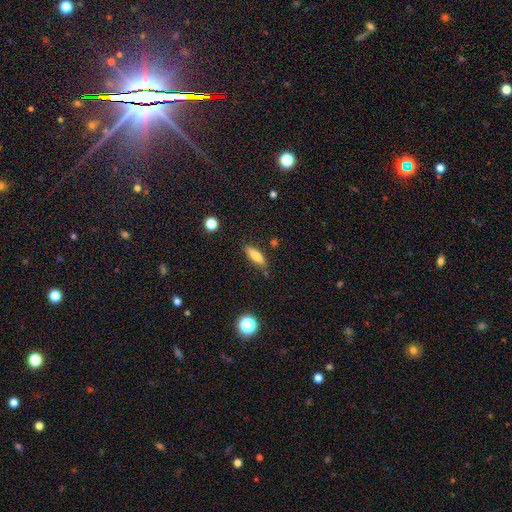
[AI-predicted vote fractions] A smooth galaxy with no disk features (77%) that is in between round and cigar-shaped (51%).

Vote fractions:
- Smooth or featured? smooth: 77% / featured or disk: 15% / star or artifact: 8%
- How rounded? in between: 51% / cigar-shaped: 47% / round: 3%
- Merging? none: 80% / minor disturbance: 13% / merger: 3% / major disturbance: 3%